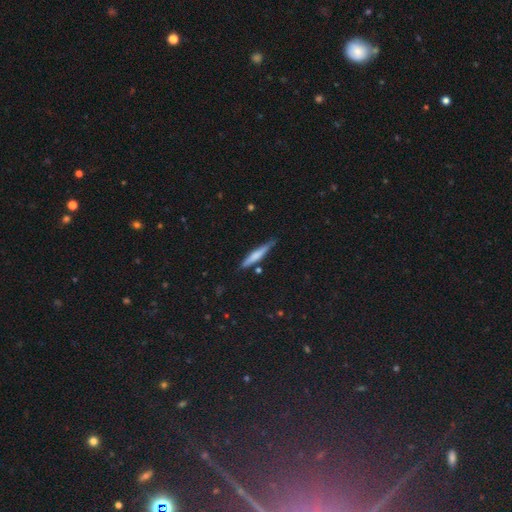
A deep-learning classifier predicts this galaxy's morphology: This is possibly a smooth galaxy (59%). How rounded: clearly cigar-shaped (92%). Merging: likely none (78%).